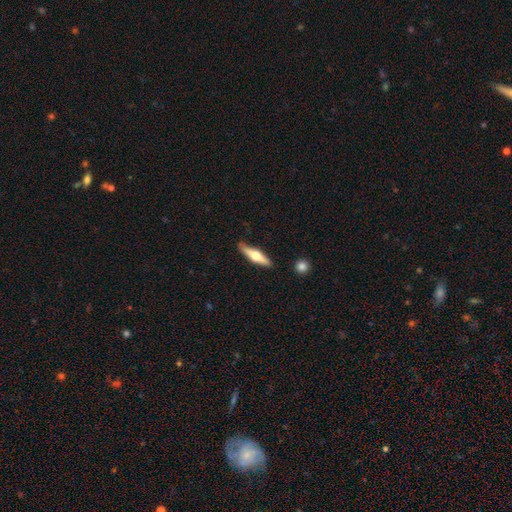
featured or disk 68%, smooth 30%, star or artifact 3%. Down the decision tree: edge-on disk — yes (88%); edge-on bulge — rounded (95%); merging — none (78%).